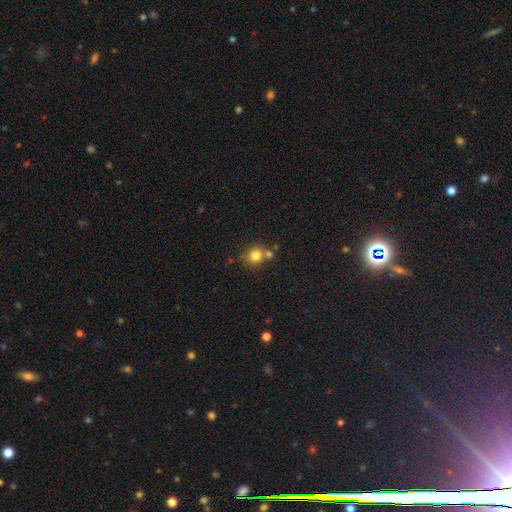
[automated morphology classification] A smooth galaxy with no disk features (80%) that is round (87%). Merging: none (64%).